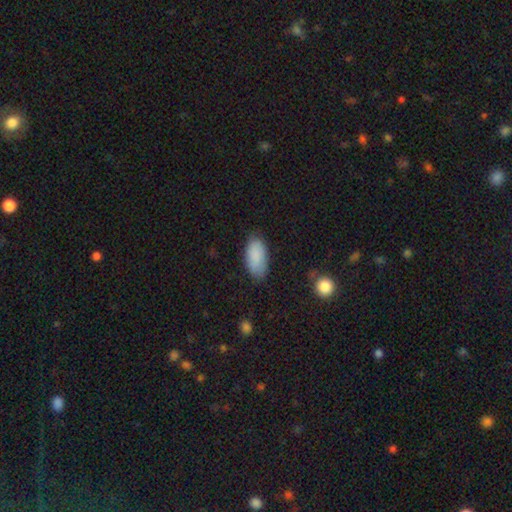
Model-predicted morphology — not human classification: The model was most divided on "merging": none: 77%, minor disturbance: 18%, major disturbance: 4%, merger: 1%. More confident: how rounded — in between (93%); smooth or featured — smooth (88%).